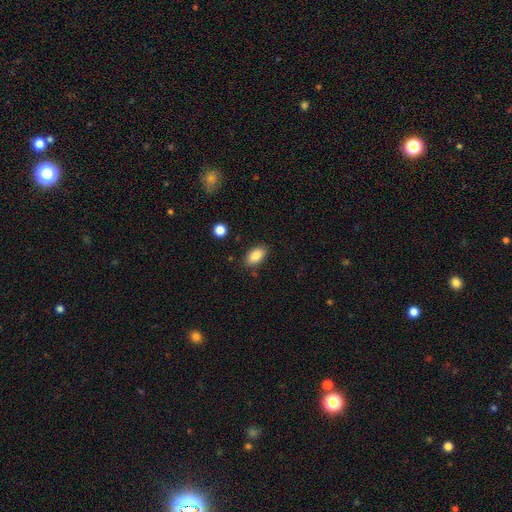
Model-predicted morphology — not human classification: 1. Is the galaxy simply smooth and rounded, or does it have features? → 88% smooth, 8% star or artifact, 5% featured or disk.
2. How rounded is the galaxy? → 92% in between, 6% round, 3% cigar-shaped.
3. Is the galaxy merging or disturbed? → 84% none, 11% minor disturbance, 3% major disturbance, 2% merger.